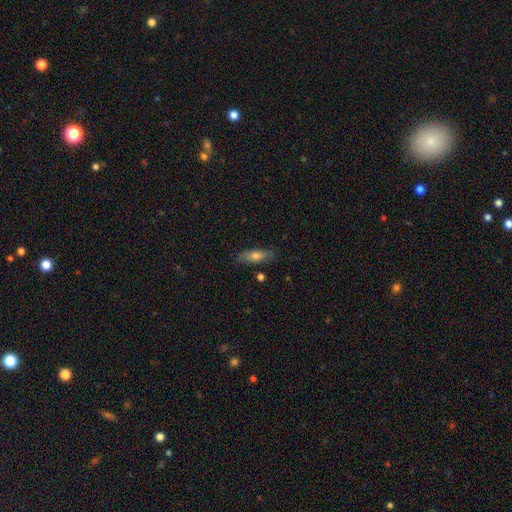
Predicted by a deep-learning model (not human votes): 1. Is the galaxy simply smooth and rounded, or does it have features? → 70% smooth, 23% featured or disk, 7% star or artifact.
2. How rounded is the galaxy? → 56% in between, 42% cigar-shaped, 3% round.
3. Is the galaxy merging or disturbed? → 80% none, 15% minor disturbance, 3% major disturbance, 3% merger.